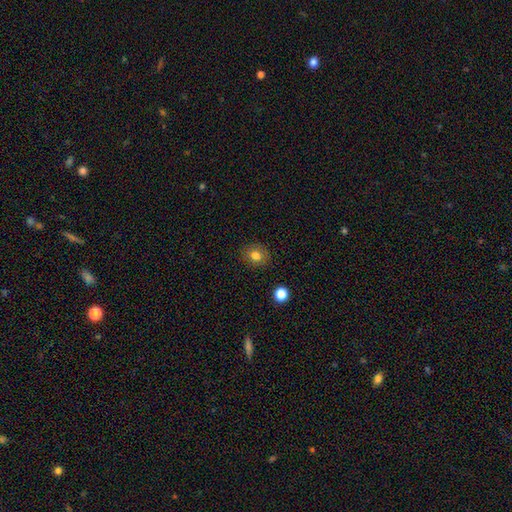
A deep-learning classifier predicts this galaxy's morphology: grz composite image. It shows a smooth galaxy with no disk features (77%) that is round (75%). Merging: none (87%).